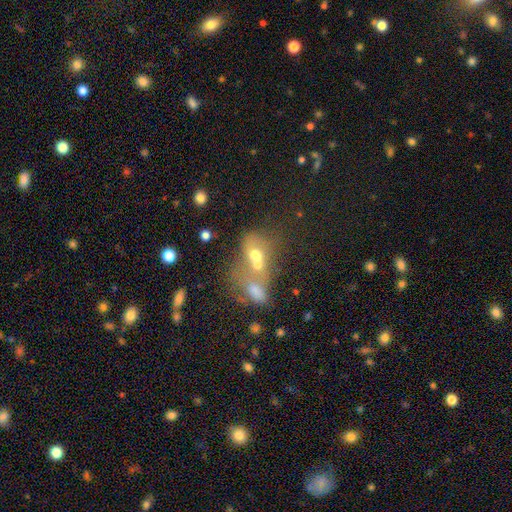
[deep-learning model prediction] Smooth or featured? smooth (54%)
How rounded? in between (57%)
Merging? merger (72%)